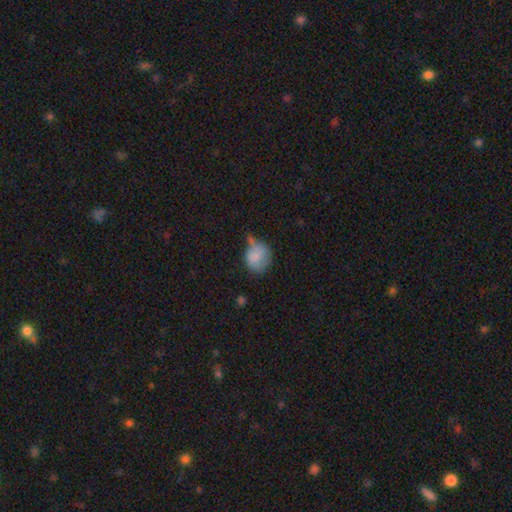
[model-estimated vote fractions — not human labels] Q: Smooth or featured?
A: smooth (77%); runner-up: featured or disk (13%)
Q: How rounded?
A: round (64%); runner-up: in between (34%)
Q: Merging?
A: minor disturbance (38%); runner-up: none (31%)